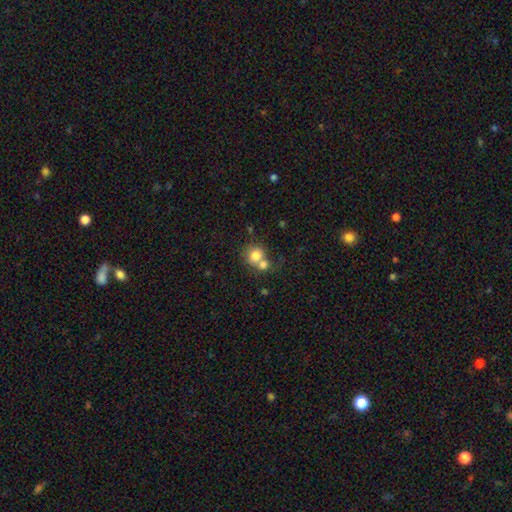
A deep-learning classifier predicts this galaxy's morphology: Smooth or featured?
  - smooth: 77% *
  - featured or disk: 13%
  - star or artifact: 10%
How rounded?
  - round: 78% *
  - in between: 21%
  - cigar-shaped: 1%
Merging?
  - merger: 50% *
  - none: 38%
  - minor disturbance: 8%
  - major disturbance: 4%